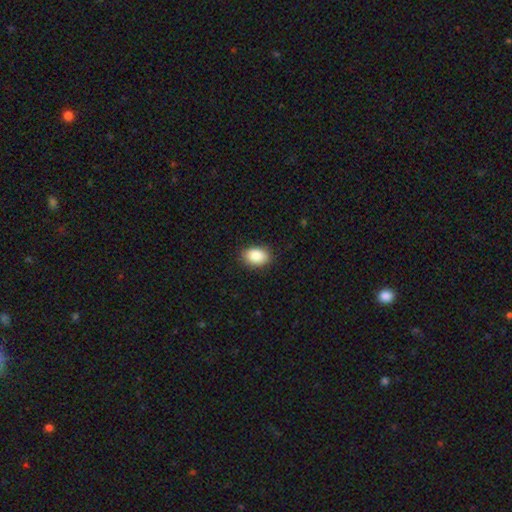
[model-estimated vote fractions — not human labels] Smooth or featured: smooth — 89% (star or artifact — 8%)
How rounded: in between — 83% (round — 15%)
Merging: none — 88% (minor disturbance — 9%)